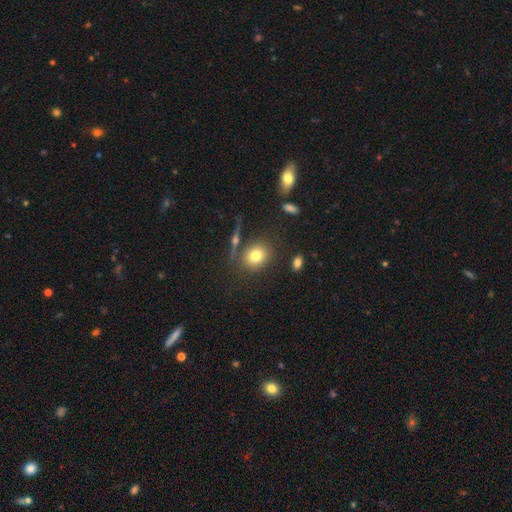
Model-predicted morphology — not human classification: Overall: smooth (75%). How rounded: round (63%; in between 35%). Merging: none (74%).